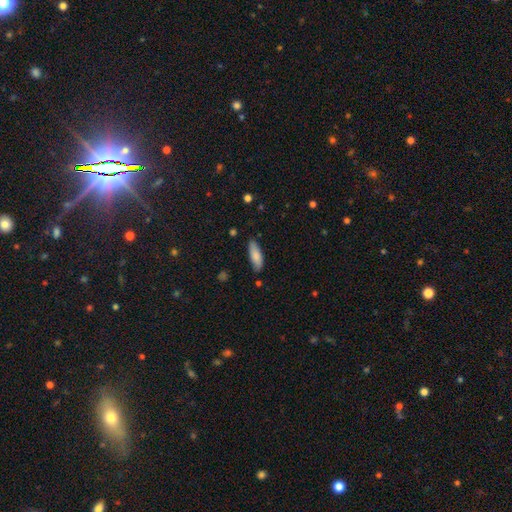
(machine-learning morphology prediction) smooth_or_featured: smooth (p=0.85) [alt: featured or disk p=0.09]
how_rounded: in between (p=0.61) [alt: cigar-shaped p=0.37]
merging: none (p=0.79) [alt: minor disturbance p=0.16]